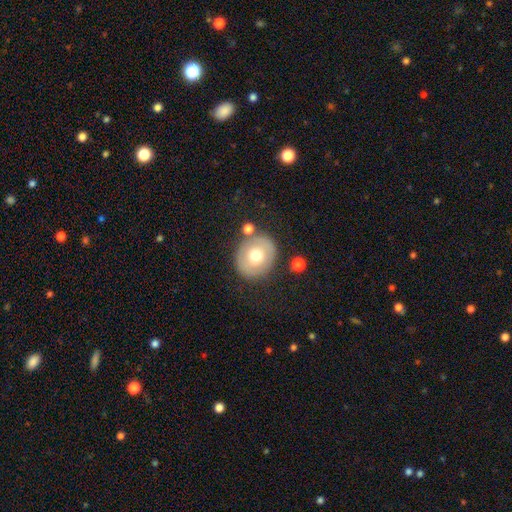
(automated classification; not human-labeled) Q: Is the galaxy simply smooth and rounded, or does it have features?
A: smooth — 61%.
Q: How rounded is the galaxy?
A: round — 78%.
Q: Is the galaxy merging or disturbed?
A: none — 78%.